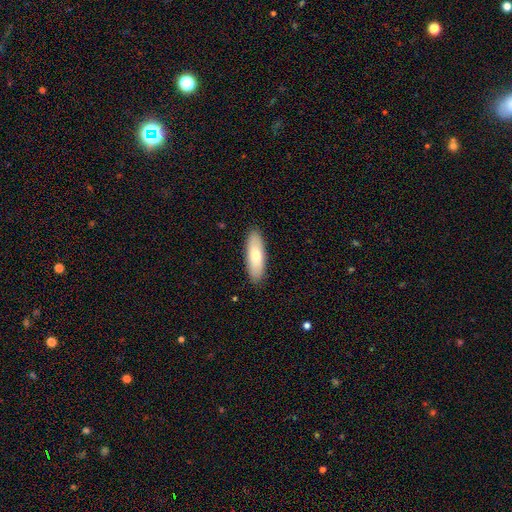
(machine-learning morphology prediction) smooth 74%, featured or disk 21%, star or artifact 6%. Down the decision tree: how rounded — in between (53%); merging — none (89%).